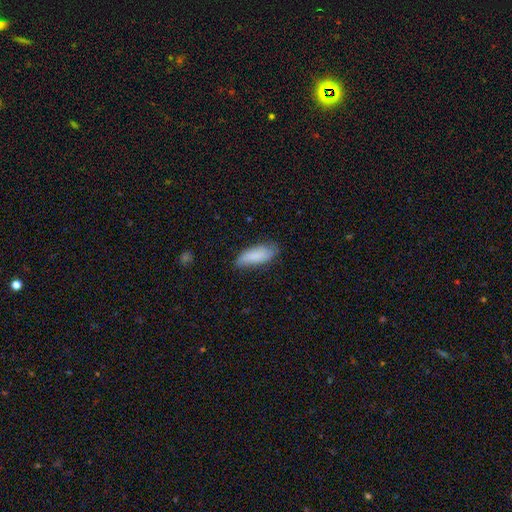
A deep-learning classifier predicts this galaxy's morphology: This is clearly a smooth galaxy (83%). How rounded: likely in between (70%). Merging: likely none (73%).